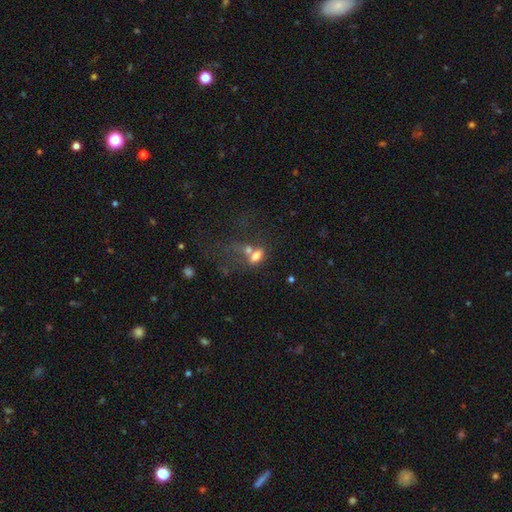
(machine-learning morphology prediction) Smooth or featured: smooth — 67% (featured or disk — 19%)
How rounded: in between — 82% (round — 13%)
Merging: merger — 51% (none — 24%)